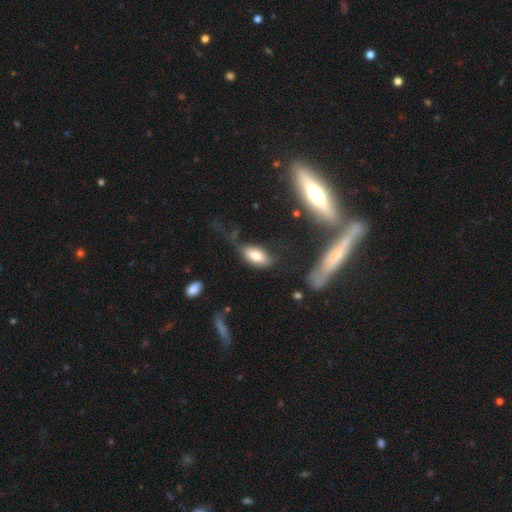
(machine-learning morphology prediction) Smooth or featured? smooth (76%)
How rounded? in between (90%)
Merging? none (54%)